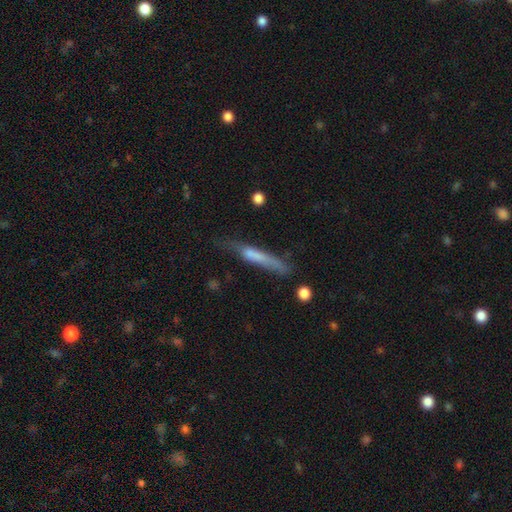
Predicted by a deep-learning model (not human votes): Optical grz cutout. It shows a smooth galaxy with no disk features (58%) that is cigar-shaped (93%). Merging: none (53%).